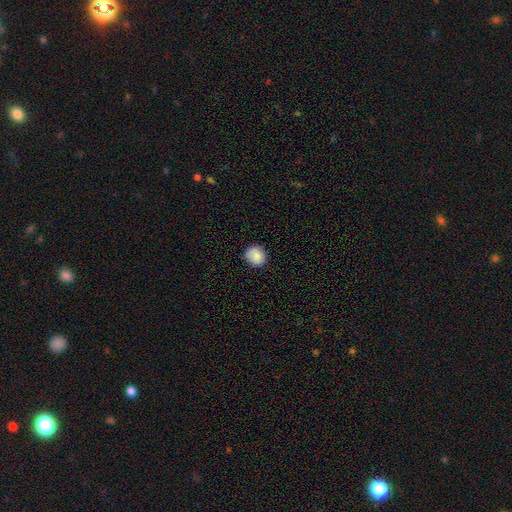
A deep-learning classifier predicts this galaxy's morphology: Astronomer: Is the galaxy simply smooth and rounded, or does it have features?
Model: smooth — 87%.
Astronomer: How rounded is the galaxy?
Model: round — 82%.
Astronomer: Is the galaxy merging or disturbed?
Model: none — 85%.